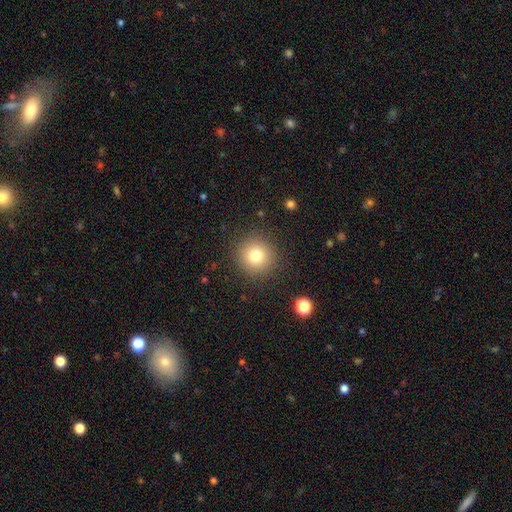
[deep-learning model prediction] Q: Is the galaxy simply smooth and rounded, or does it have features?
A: smooth — 78%.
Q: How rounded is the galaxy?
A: round — 94%.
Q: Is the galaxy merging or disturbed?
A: none — 90%.